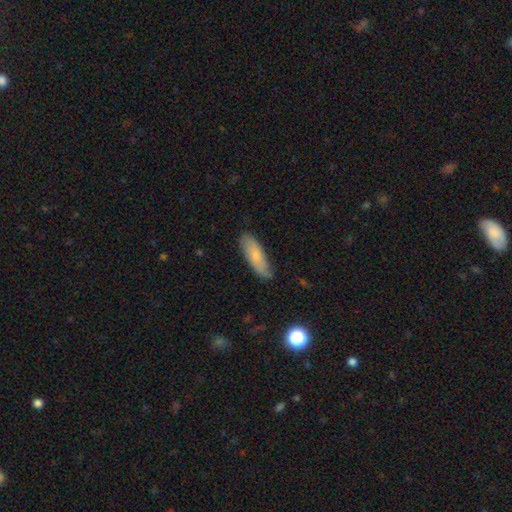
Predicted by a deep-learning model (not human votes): Smooth or featured?
  - smooth: 73% *
  - featured or disk: 20%
  - star or artifact: 6%
How rounded?
  - in between: 51% *
  - cigar-shaped: 47%
  - round: 2%
Merging?
  - none: 79% *
  - minor disturbance: 17%
  - major disturbance: 3%
  - merger: 1%